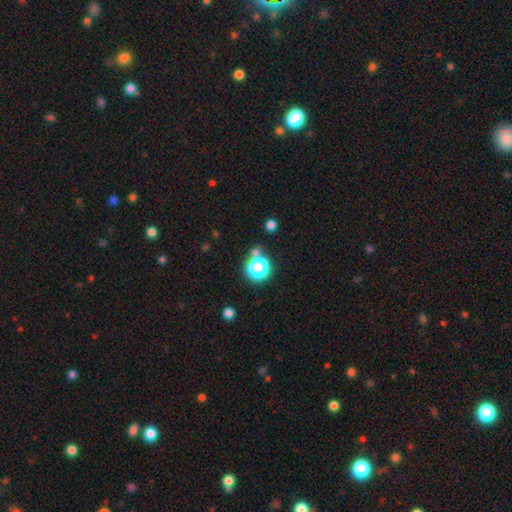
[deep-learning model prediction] The model was most divided on "smooth or featured": smooth: 48%, star or artifact: 45%, featured or disk: 7%. More confident: merging — none (77%).